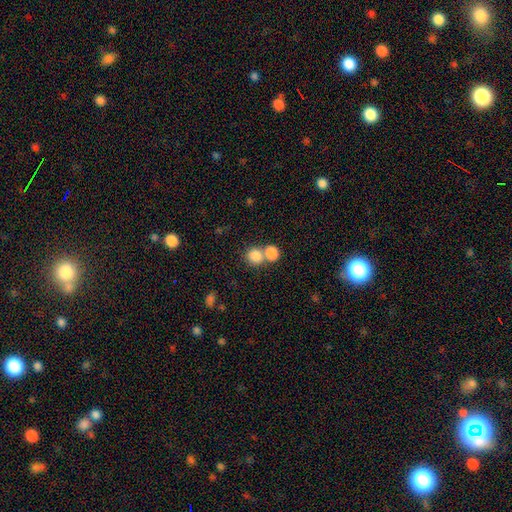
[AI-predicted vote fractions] smooth 83%, star or artifact 10%, featured or disk 7%. Down the decision tree: how rounded — round (83%); merging — merger (48%).